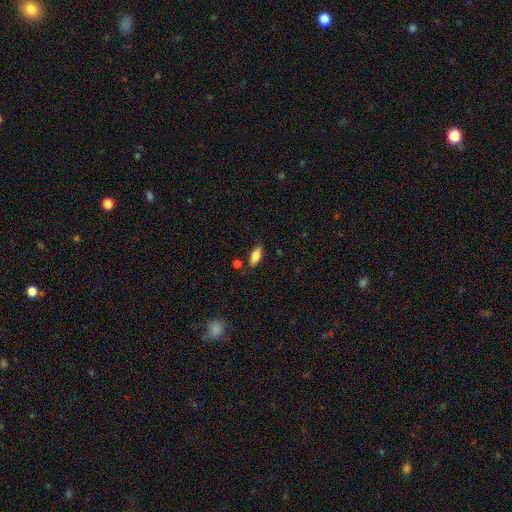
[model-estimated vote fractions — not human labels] A smooth galaxy with no disk features (80%) that is in between round and cigar-shaped (85%).

Vote fractions:
- Smooth or featured? smooth: 80% / featured or disk: 13% / star or artifact: 7%
- How rounded? in between: 85% / cigar-shaped: 13% / round: 2%
- Merging? none: 82% / minor disturbance: 12% / merger: 4% / major disturbance: 2%